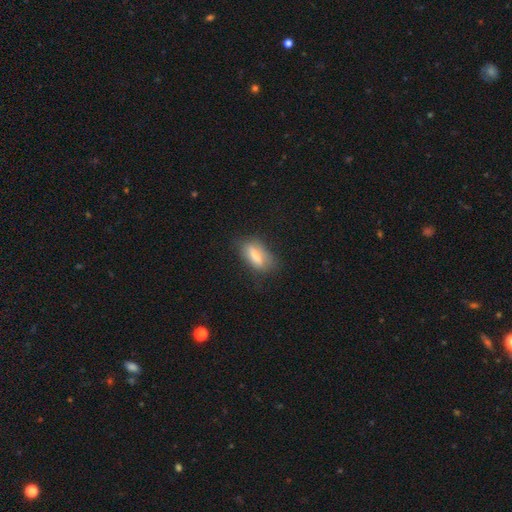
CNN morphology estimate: smooth_or_featured: smooth (p=0.73) [alt: featured or disk p=0.19]
how_rounded: in between (p=0.76) [alt: cigar-shaped p=0.20]
merging: none (p=0.66) [alt: minor disturbance p=0.24]